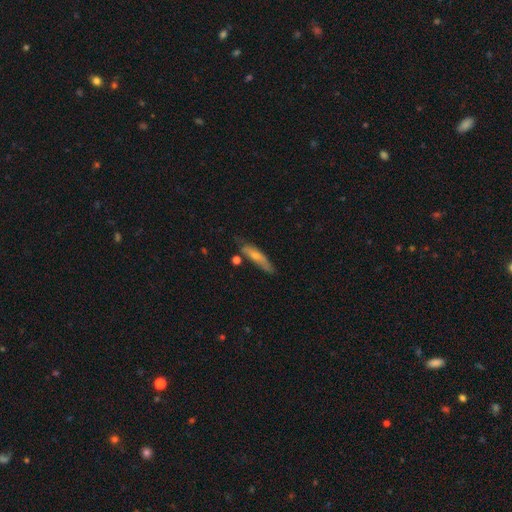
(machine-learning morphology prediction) Q: Smooth or featured?
A: smooth (65%); runner-up: featured or disk (29%)
Q: How rounded?
A: cigar-shaped (74%); runner-up: in between (24%)
Q: Merging?
A: none (57%); runner-up: minor disturbance (28%)